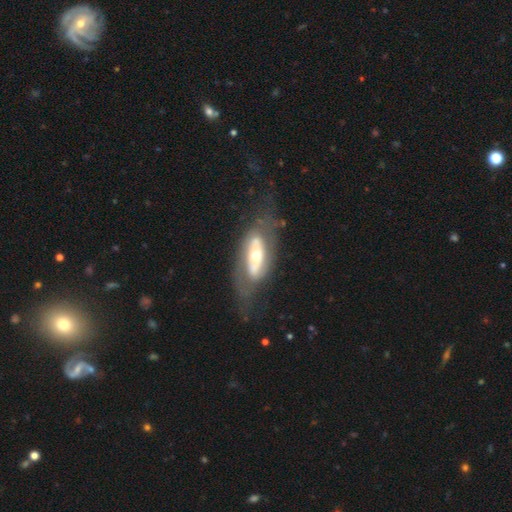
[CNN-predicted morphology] smooth_or_featured: featured or disk (p=0.68) [alt: smooth p=0.27]
disk_edge_on: no (p=0.86) [alt: yes p=0.14]
bar: no (p=0.63) [alt: weak p=0.19]
has_spiral_arms: no (p=0.57) [alt: yes p=0.43]
bulge_size: moderate (p=0.60) [alt: small p=0.28]
merging: none (p=0.59) [alt: minor disturbance p=0.19]